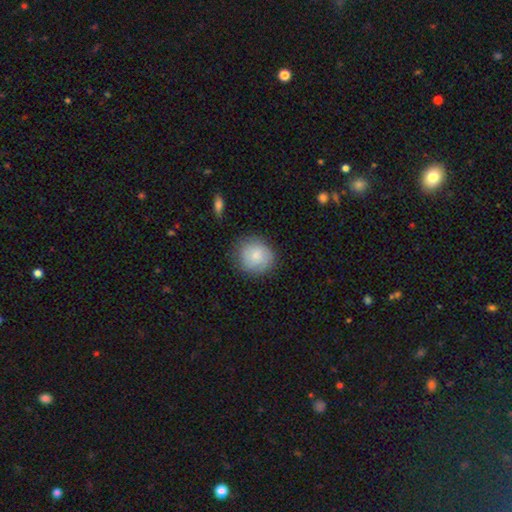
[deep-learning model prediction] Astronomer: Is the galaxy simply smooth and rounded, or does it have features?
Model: smooth — 78%.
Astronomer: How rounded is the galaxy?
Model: round — 87%.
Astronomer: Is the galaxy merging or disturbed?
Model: none — 78%.